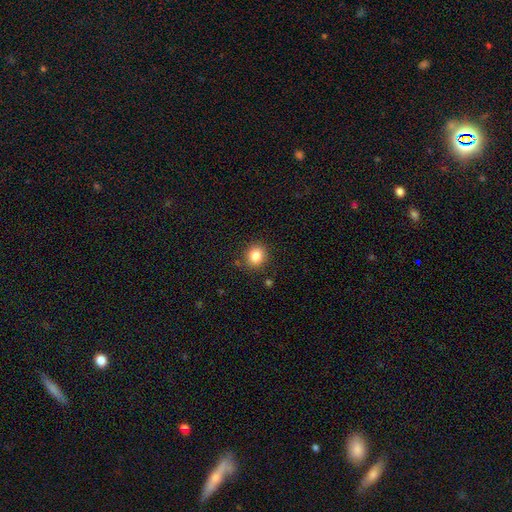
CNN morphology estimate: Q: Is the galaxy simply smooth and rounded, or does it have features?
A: smooth — 84%.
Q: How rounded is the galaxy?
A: round — 76%.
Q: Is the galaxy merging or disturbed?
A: none — 86%.